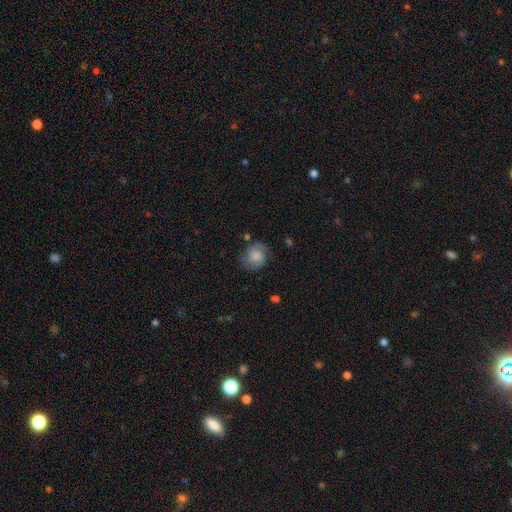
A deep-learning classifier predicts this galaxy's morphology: smooth 75%, featured or disk 17%, star or artifact 8%. Down the decision tree: how rounded — round (68%); merging — none (71%).